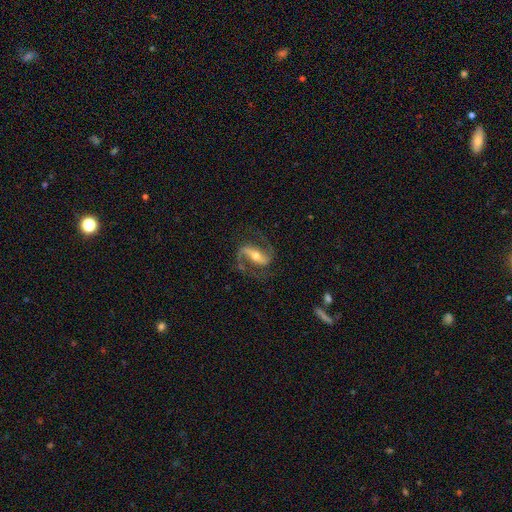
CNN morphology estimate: A featured or disk galaxy (90%) with a strong bar (60%), 2 (93%) medium (57%) spiral arms (97%) and a moderate central bulge (60%). Merging: none (78%).